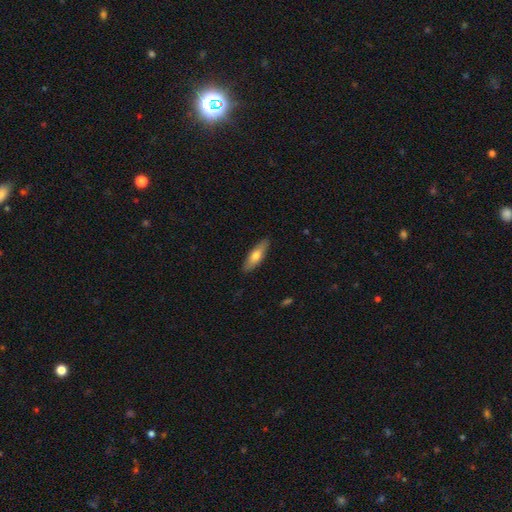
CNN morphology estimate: Smooth or featured?
  - smooth: 65% *
  - featured or disk: 29%
  - star or artifact: 6%
How rounded?
  - cigar-shaped: 52% *
  - in between: 46%
  - round: 2%
Merging?
  - none: 87% *
  - minor disturbance: 10%
  - major disturbance: 2%
  - merger: 1%